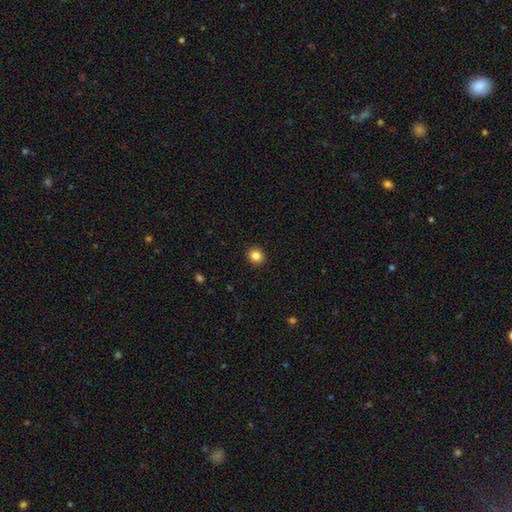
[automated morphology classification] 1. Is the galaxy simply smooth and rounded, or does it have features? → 84% smooth, 11% star or artifact, 5% featured or disk.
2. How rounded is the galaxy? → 87% round, 12% in between, 1% cigar-shaped.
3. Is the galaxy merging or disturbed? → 93% none, 5% minor disturbance, 2% major disturbance, 1% merger.